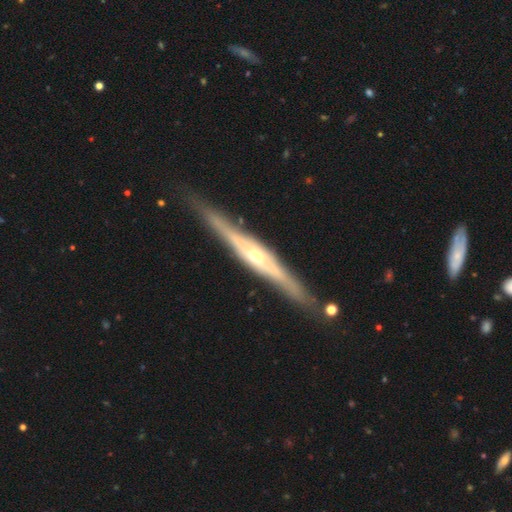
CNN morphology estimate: A featured or disk galaxy (83%) viewed edge-on (96%) with a rounded central bulge (76%).

Vote fractions:
- Smooth or featured? featured or disk: 83% / smooth: 12% / star or artifact: 5%
- Edge-on disk? yes: 96% / no: 4%
- Edge-on bulge? rounded: 76% / boxy: 18% / none: 6%
- Merging? none: 85% / minor disturbance: 10% / major disturbance: 3% / merger: 2%